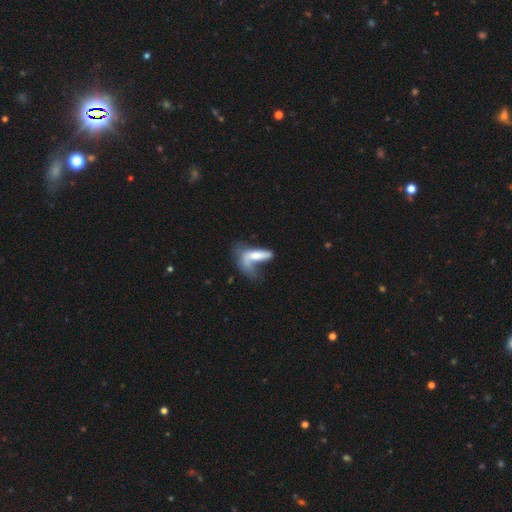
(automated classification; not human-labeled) This appears to be a smooth galaxy with no disk features (54%) that is in between round and cigar-shaped (50%). Merging: major disturbance (49%).